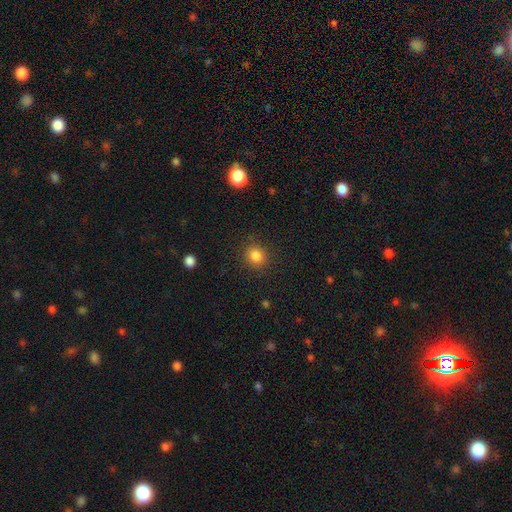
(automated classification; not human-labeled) Overall: smooth (84%). How rounded: round (85%). Merging: none (88%).